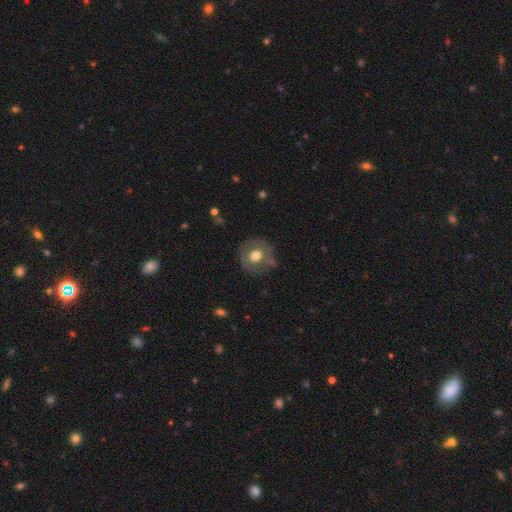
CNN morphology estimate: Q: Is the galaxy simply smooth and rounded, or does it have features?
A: smooth — 56%.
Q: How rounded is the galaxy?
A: round — 90%.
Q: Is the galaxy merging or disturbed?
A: none — 75%.